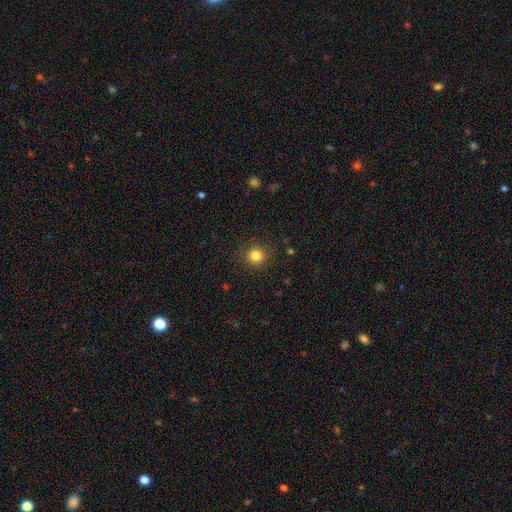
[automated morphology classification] smooth_or_featured: smooth (p=0.82) [alt: star or artifact p=0.13]
how_rounded: round (p=0.92) [alt: in between p=0.07]
merging: none (p=0.90) [alt: minor disturbance p=0.07]